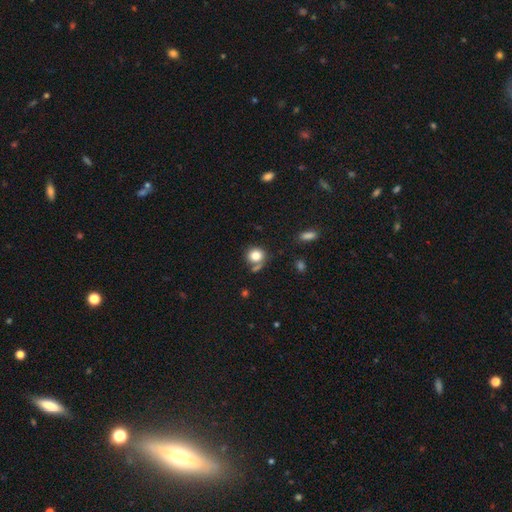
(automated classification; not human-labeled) Q: Smooth or featured?
A: smooth (81%); runner-up: star or artifact (10%)
Q: How rounded?
A: round (82%); runner-up: in between (17%)
Q: Merging?
A: none (62%); runner-up: merger (18%)